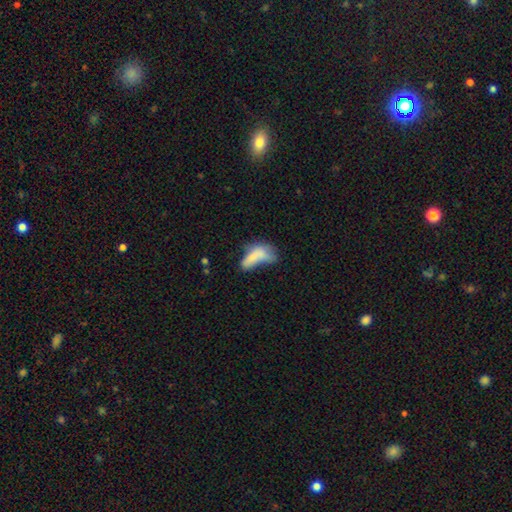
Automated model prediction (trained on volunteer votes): Q: Smooth or featured?
A: smooth (66%); runner-up: featured or disk (23%)
Q: How rounded?
A: in between (79%); runner-up: cigar-shaped (17%)
Q: Merging?
A: major disturbance (37%); runner-up: minor disturbance (23%)